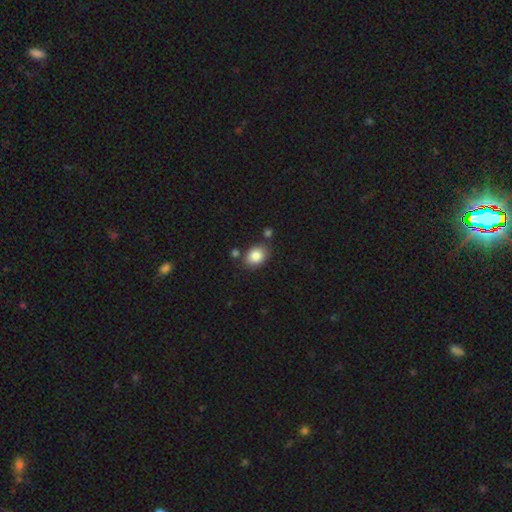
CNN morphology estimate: A smooth galaxy with no disk features (86%) that is in between round and cigar-shaped (67%).

Vote fractions:
- Smooth or featured? smooth: 86% / star or artifact: 8% / featured or disk: 6%
- How rounded? in between: 67% / round: 32% / cigar-shaped: 1%
- Merging? none: 76% / minor disturbance: 13% / merger: 8% / major disturbance: 3%